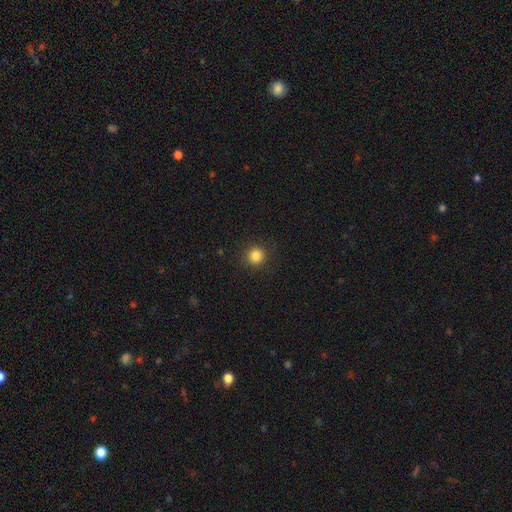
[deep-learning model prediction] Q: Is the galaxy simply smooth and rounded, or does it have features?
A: smooth — 84%.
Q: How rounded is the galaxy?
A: round — 93%.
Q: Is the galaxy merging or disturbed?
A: none — 90%.